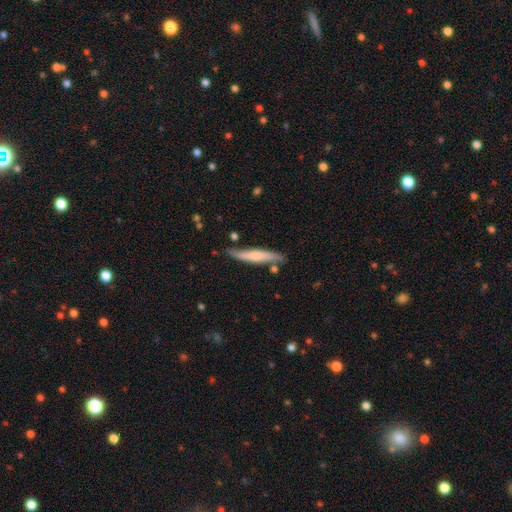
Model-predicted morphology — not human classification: Smooth or featured: smooth — 53% (featured or disk — 41%)
How rounded: cigar-shaped — 91% (in between — 8%)
Merging: none — 79% (minor disturbance — 14%)